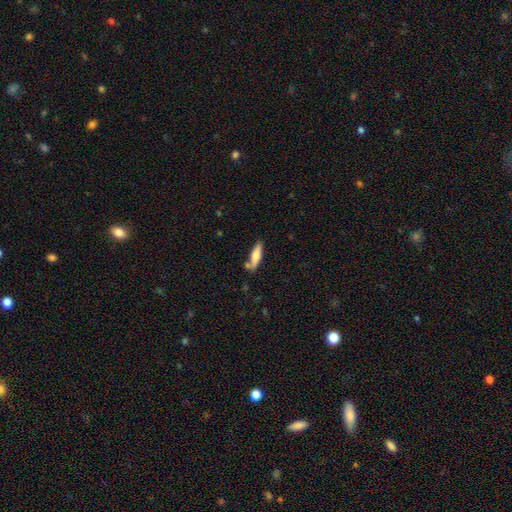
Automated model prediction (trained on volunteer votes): The model was most divided on "how rounded": cigar-shaped: 68%, in between: 31%, round: 2%. More confident: merging — none (68%); smooth or featured — smooth (67%).